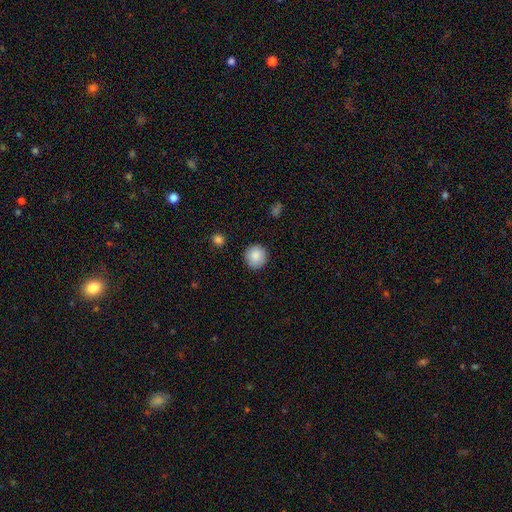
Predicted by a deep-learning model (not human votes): Smooth or featured: smooth — 88% (star or artifact — 8%)
How rounded: round — 93% (in between — 6%)
Merging: none — 91% (minor disturbance — 6%)